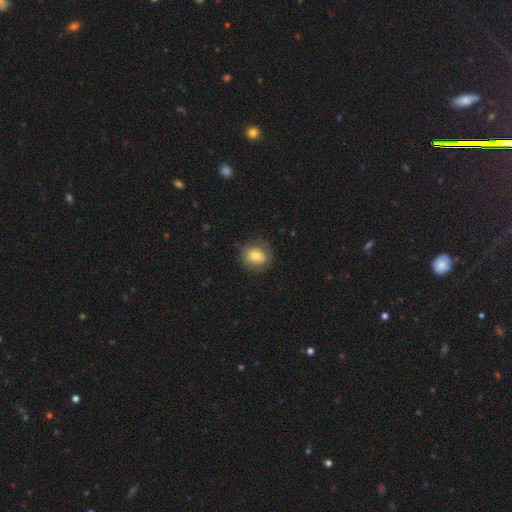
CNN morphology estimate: Overall: smooth (72%). How rounded: round (72%). Merging: none (80%).